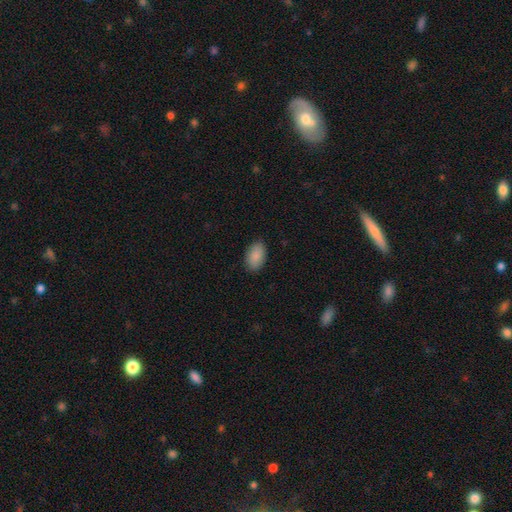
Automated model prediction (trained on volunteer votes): This is clearly a smooth galaxy (89%). How rounded: clearly in between (93%). Merging: clearly none (88%).